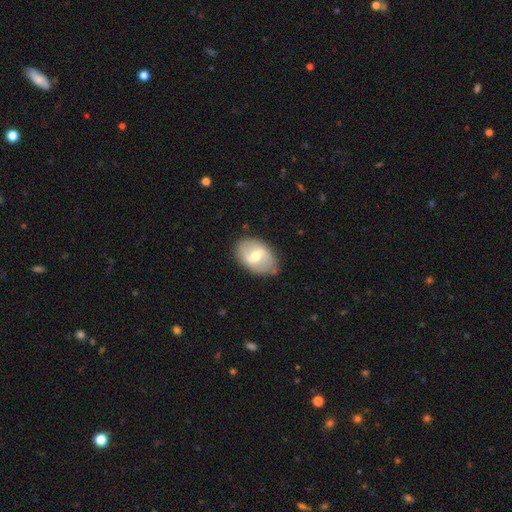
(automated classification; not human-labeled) The model was most divided on "bar": weak: 47%, strong: 39%, no: 14%. More confident: edge-on disk — no (93%); merging — none (76%); bulge size — moderate (70%); spiral arms — no (59%); smooth or featured — featured or disk (56%).